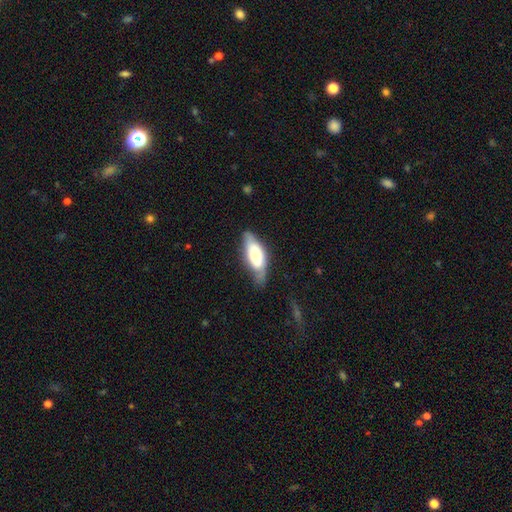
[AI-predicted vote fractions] Morphology: type=smooth (48%); merging=none (60%).